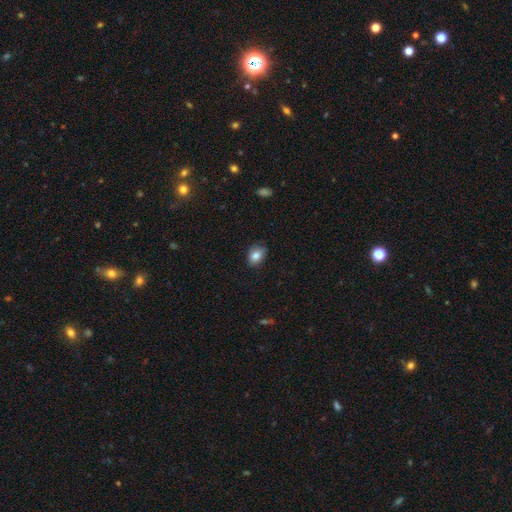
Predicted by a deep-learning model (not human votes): Morphology: type=smooth (83%); roundness=in between (70%); merging=none (74%).